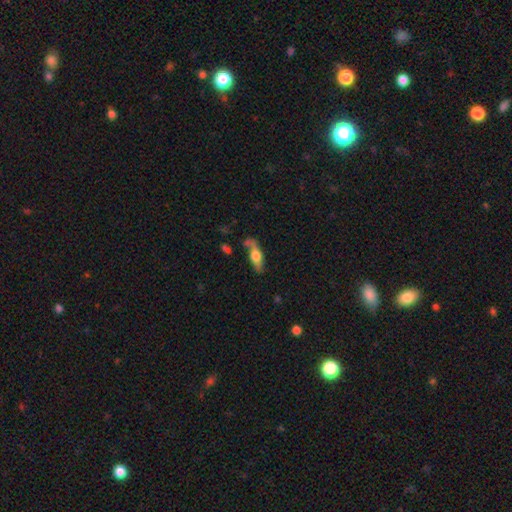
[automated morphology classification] A smooth galaxy with no disk features (50%) that is in between round and cigar-shaped (59%). Merging: none (53%).